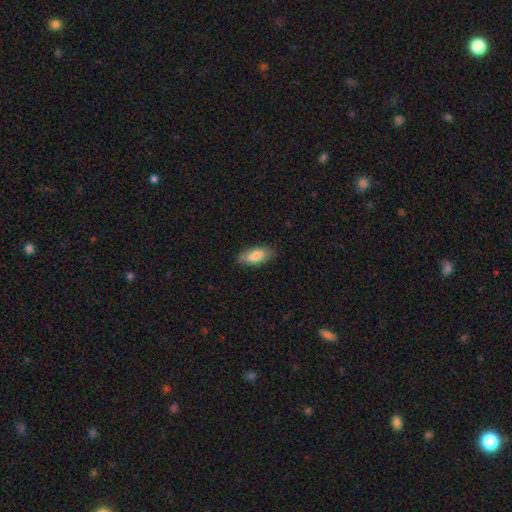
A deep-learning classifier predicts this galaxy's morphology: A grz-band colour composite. It shows a smooth galaxy with no disk features (80%) that is in between round and cigar-shaped (84%). Merging: none (82%).